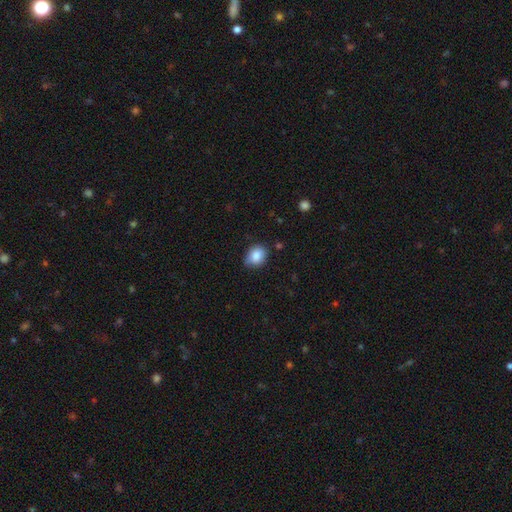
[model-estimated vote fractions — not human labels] This is clearly a smooth galaxy (84%). How rounded: possibly in between (50%). Merging: likely none (70%).